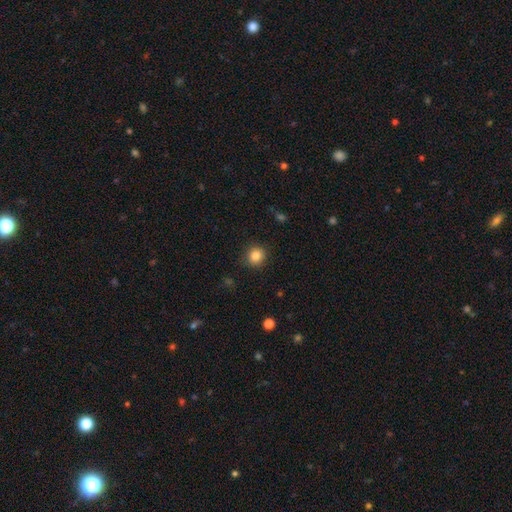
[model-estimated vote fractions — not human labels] Smooth or featured?
  - smooth: 85% *
  - star or artifact: 10%
  - featured or disk: 5%
How rounded?
  - round: 88% *
  - in between: 11%
  - cigar-shaped: 1%
Merging?
  - none: 89% *
  - minor disturbance: 8%
  - major disturbance: 2%
  - merger: 1%